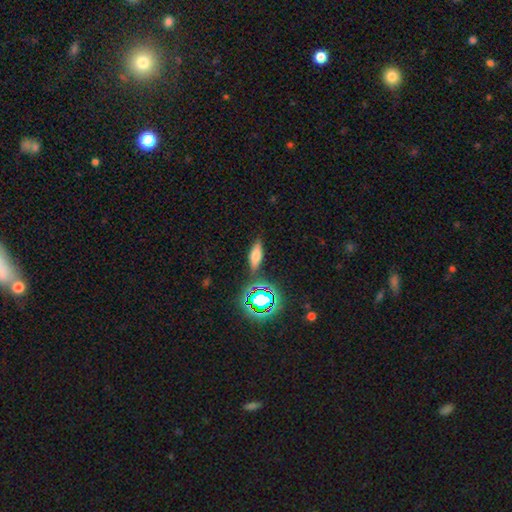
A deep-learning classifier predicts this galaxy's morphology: Smooth or featured: smooth — 60% (featured or disk — 23%)
How rounded: in between — 53% (cigar-shaped — 41%)
Merging: none — 79% (minor disturbance — 13%)